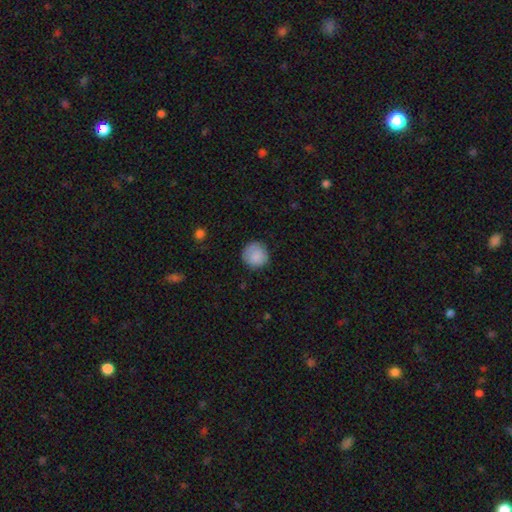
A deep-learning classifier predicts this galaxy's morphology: smooth-or-featured: smooth: 87% | star or artifact: 8% | featured or disk: 6%
  how-rounded: round: 93% | in between: 6% | cigar-shaped: 1%
  merging: none: 83% | minor disturbance: 12% | major disturbance: 3% | merger: 1%